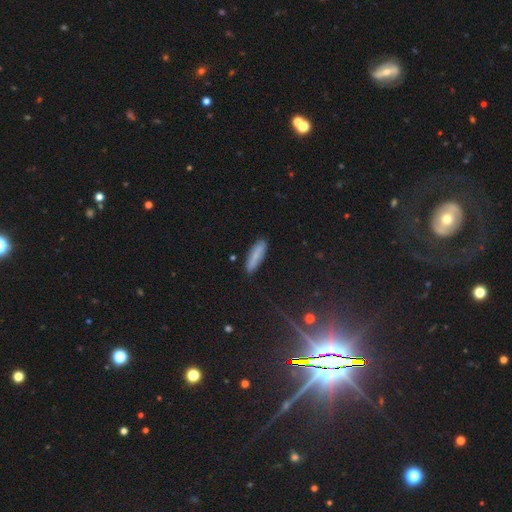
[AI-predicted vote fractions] Q: Smooth or featured?
A: smooth (78%); runner-up: featured or disk (13%)
Q: How rounded?
A: cigar-shaped (68%); runner-up: in between (30%)
Q: Merging?
A: none (82%); runner-up: minor disturbance (14%)